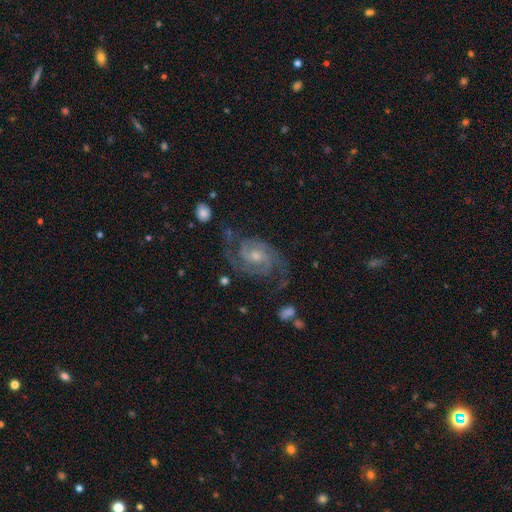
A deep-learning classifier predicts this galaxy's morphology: Smooth or featured?
  - featured or disk: 91% *
  - star or artifact: 5%
  - smooth: 4%
Edge-on disk?
  - no: 98% *
  - yes: 2%
Bar?
  - no: 58% *
  - weak: 34%
  - strong: 8%
Spiral arms?
  - yes: 98% *
  - no: 2%
Spiral winding?
  - medium: 46% *
  - tight: 44%
  - loose: 10%
Spiral arm count?
  - 2: 78% *
  - 3: 10%
  - can't tell: 5%
  - 4: 2%
  - 1: 2%
  - more than 4: 2%
Bulge size?
  - moderate: 49% *
  - small: 46%
  - large: 2%
  - none: 2%
  - dominant: 1%
Merging?
  - none: 72% *
  - minor disturbance: 17%
  - major disturbance: 9%
  - merger: 3%